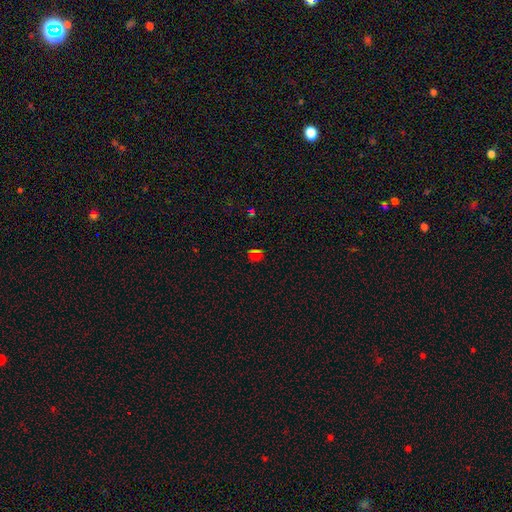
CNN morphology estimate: Q: Smooth or featured?
A: star or artifact (48%); runner-up: smooth (44%)